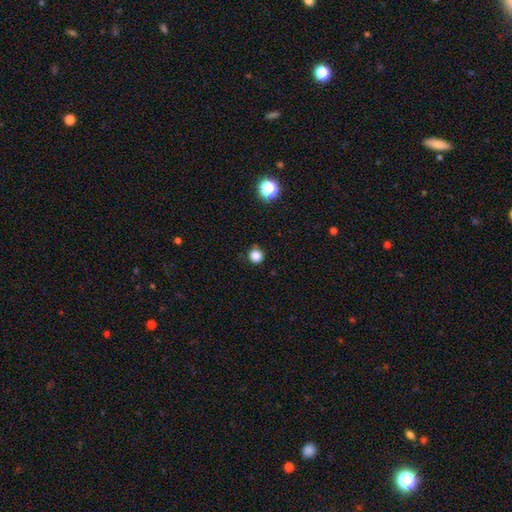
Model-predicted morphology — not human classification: smooth-or-featured: smooth: 84% | star or artifact: 13% | featured or disk: 3%
  how-rounded: round: 93% | in between: 6% | cigar-shaped: 1%
  merging: none: 84% | minor disturbance: 11% | major disturbance: 3% | merger: 2%